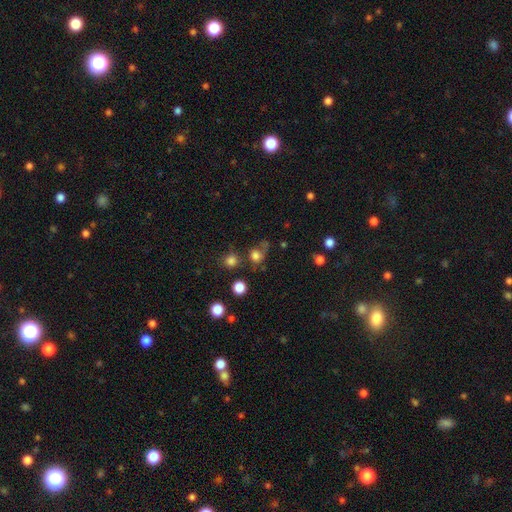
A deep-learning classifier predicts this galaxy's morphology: This is likely a smooth galaxy (71%). How rounded: clearly round (80%). Merging: possibly none (52%).